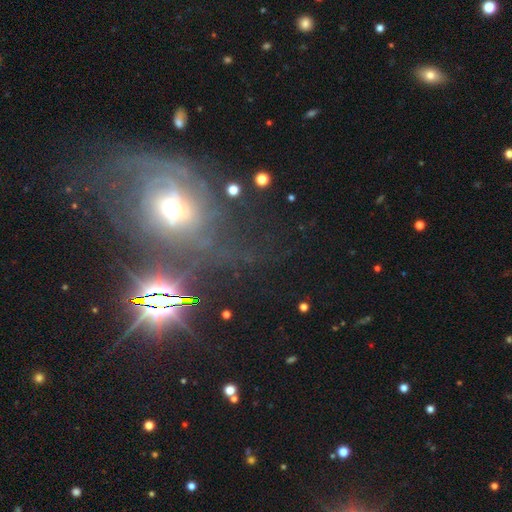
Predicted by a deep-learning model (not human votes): smooth_or_featured: featured or disk (p=0.45) [alt: star or artifact p=0.32]
merging: none (p=0.51) [alt: major disturbance p=0.22]